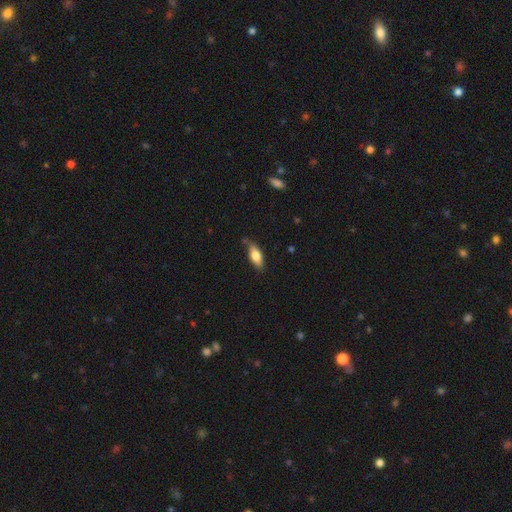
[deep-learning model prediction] Smooth or featured?
  - smooth: 76% *
  - featured or disk: 18%
  - star or artifact: 6%
How rounded?
  - in between: 75% *
  - cigar-shaped: 22%
  - round: 2%
Merging?
  - none: 71% *
  - minor disturbance: 22%
  - merger: 4%
  - major disturbance: 4%